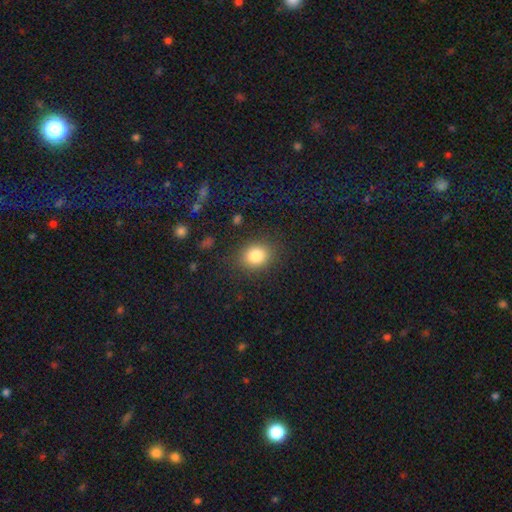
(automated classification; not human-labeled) This is clearly a smooth galaxy (83%). How rounded: likely round (63%). Merging: clearly none (86%).